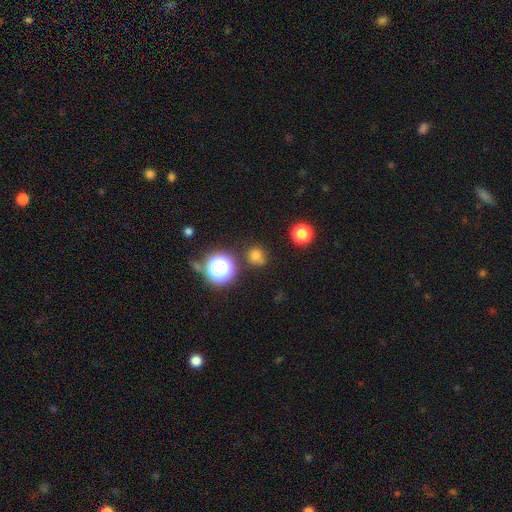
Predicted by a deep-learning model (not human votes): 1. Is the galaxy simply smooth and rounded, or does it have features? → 70% smooth, 23% star or artifact, 7% featured or disk.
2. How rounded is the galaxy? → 86% round, 12% in between, 1% cigar-shaped.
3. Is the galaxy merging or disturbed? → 72% none, 14% minor disturbance, 9% merger, 5% major disturbance.